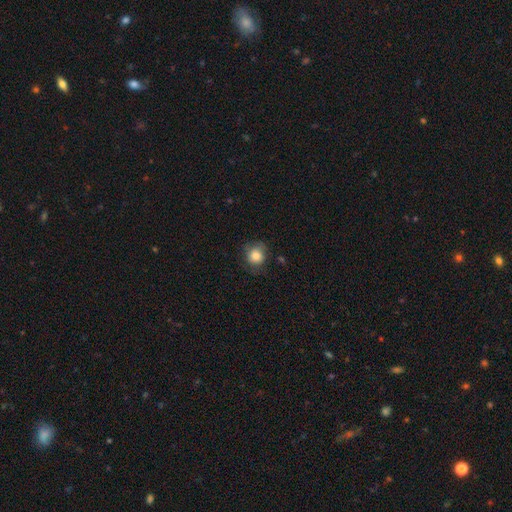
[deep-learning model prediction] Q: Smooth or featured?
A: smooth (82%); runner-up: star or artifact (9%)
Q: How rounded?
A: round (83%); runner-up: in between (16%)
Q: Merging?
A: none (70%); runner-up: minor disturbance (21%)